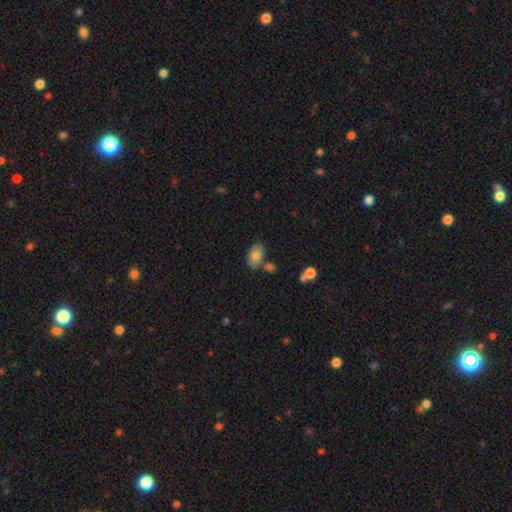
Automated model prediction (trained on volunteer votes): Morphology: type=smooth (78%); roundness=in between (87%); merging=none (65%).